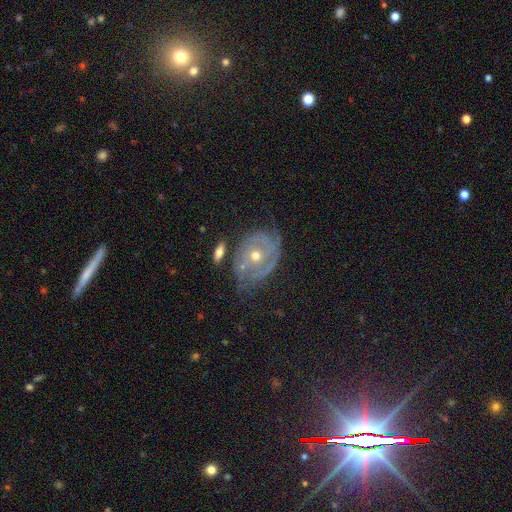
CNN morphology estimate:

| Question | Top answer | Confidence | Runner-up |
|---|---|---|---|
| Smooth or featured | featured or disk | 78% | smooth (14%) |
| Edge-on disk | no | 95% | yes (5%) |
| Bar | no | 79% | weak (16%) |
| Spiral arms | yes | 81% | no (19%) |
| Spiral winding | tight | 67% | medium (24%) |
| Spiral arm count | can't tell | 39% | 2 (30%) |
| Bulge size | moderate | 56% | small (40%) |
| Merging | none | 54% | minor disturbance (26%) |